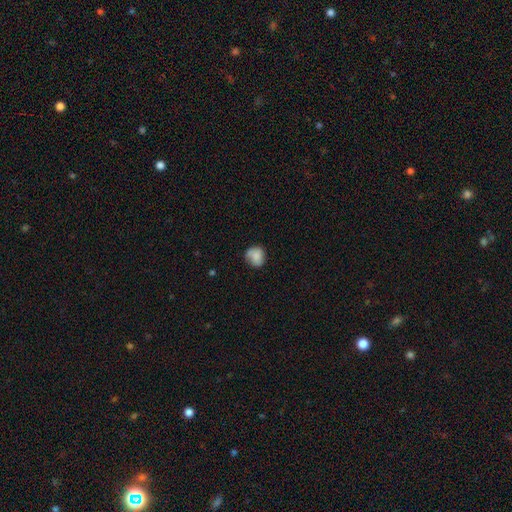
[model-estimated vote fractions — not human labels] Smooth or featured: smooth — 81% (featured or disk — 11%)
How rounded: round — 76% (in between — 23%)
Merging: none — 64% (minor disturbance — 27%)